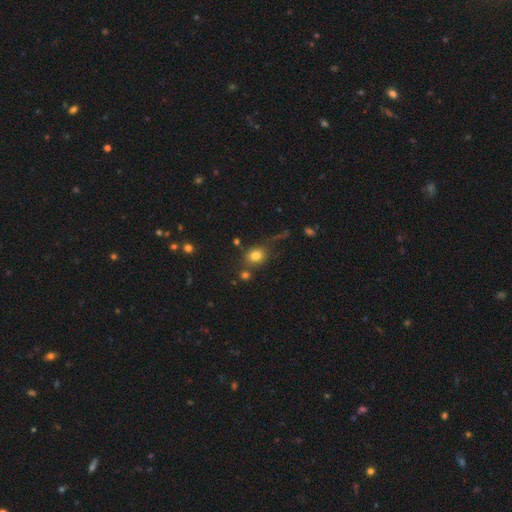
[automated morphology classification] smooth 79%, star or artifact 13%, featured or disk 8%. Down the decision tree: how rounded — round (62%); merging — none (72%).